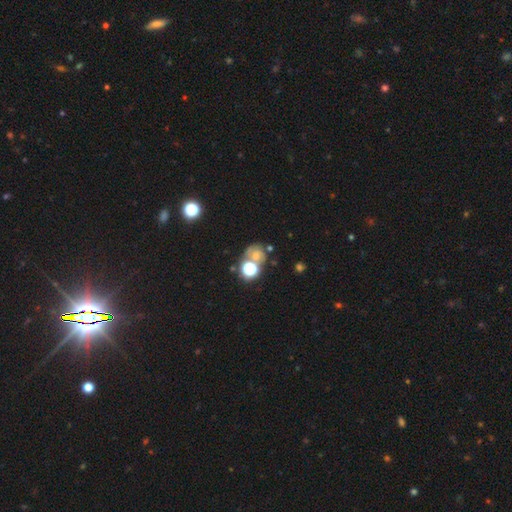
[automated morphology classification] Q: Smooth or featured?
A: smooth (44%); runner-up: star or artifact (29%)
Q: Merging?
A: none (45%); runner-up: merger (31%)